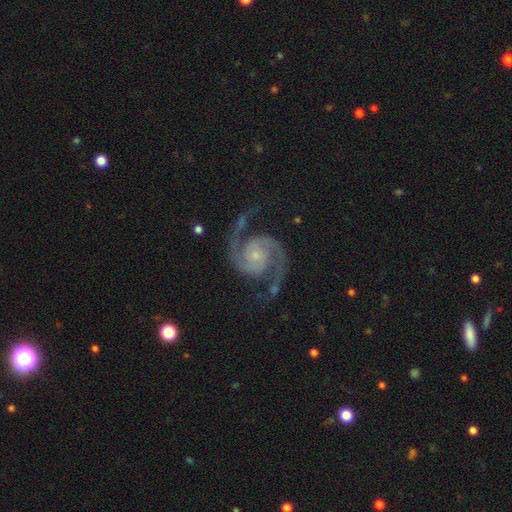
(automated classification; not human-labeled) Morphology: type=featured or disk (94%); edge-on=no (98%); bar=no (71%); spiral arms=yes (99%); winding=medium (60%); arm count=2 (94%); bulge=small (67%); merging=none (79%).